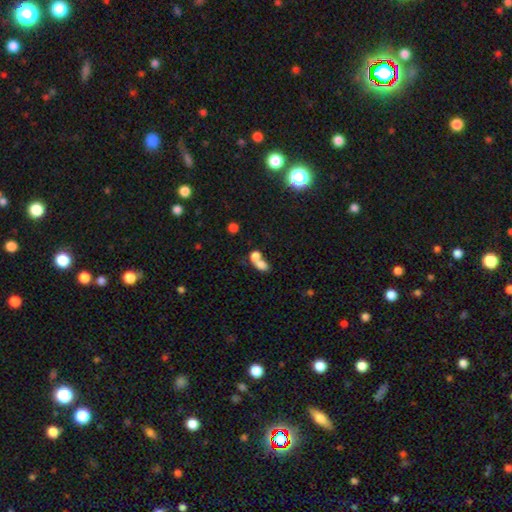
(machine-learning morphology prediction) A smooth galaxy with no disk features (75%) that is in between round and cigar-shaped (62%).

Vote fractions:
- Smooth or featured? smooth: 75% / featured or disk: 14% / star or artifact: 11%
- How rounded? in between: 62% / round: 35% / cigar-shaped: 3%
- Merging? merger: 71% / none: 19% / minor disturbance: 6% / major disturbance: 5%